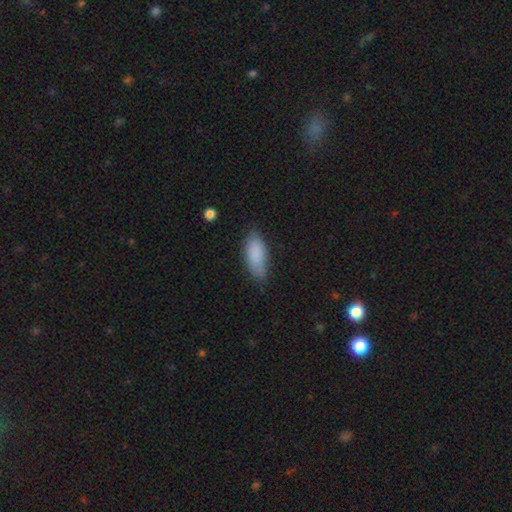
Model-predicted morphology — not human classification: Smooth or featured: smooth — 86% (featured or disk — 8%)
How rounded: in between — 82% (cigar-shaped — 16%)
Merging: none — 76% (minor disturbance — 19%)